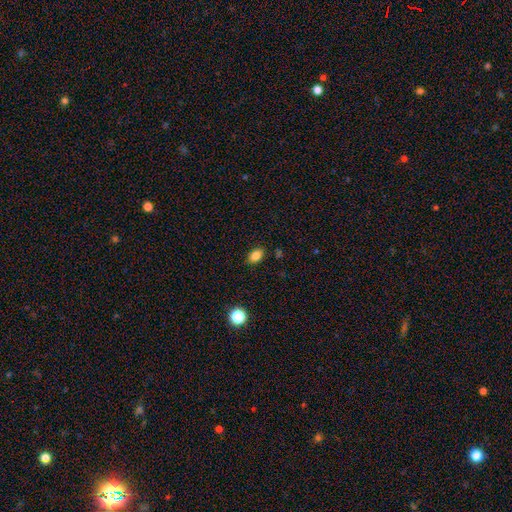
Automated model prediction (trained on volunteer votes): Q: Smooth or featured?
A: smooth (83%); runner-up: star or artifact (10%)
Q: How rounded?
A: in between (84%); runner-up: round (14%)
Q: Merging?
A: none (86%); runner-up: minor disturbance (10%)